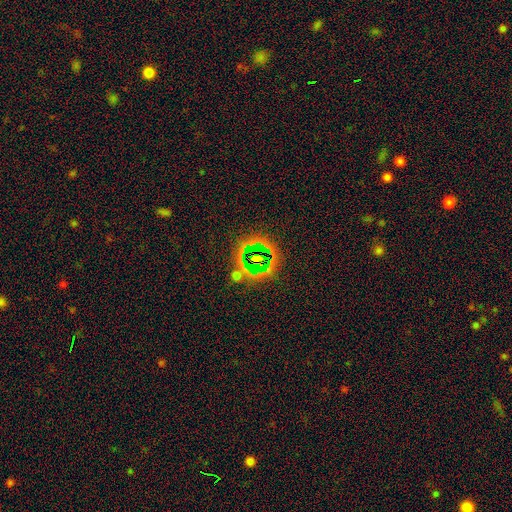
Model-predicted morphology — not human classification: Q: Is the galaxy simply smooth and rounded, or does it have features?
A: star or artifact — 69%.